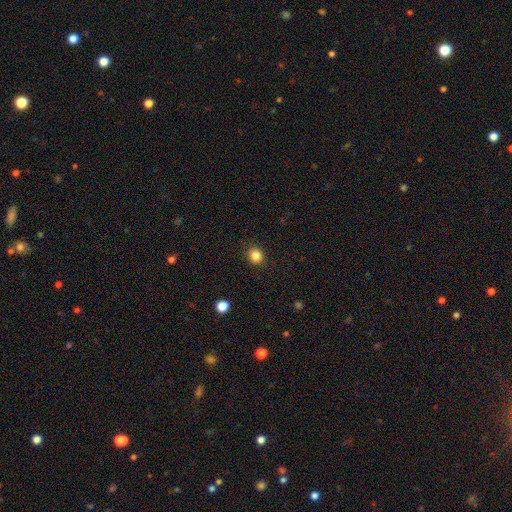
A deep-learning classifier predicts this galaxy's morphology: This is clearly a smooth galaxy (84%). How rounded: clearly round (80%). Merging: clearly none (89%).